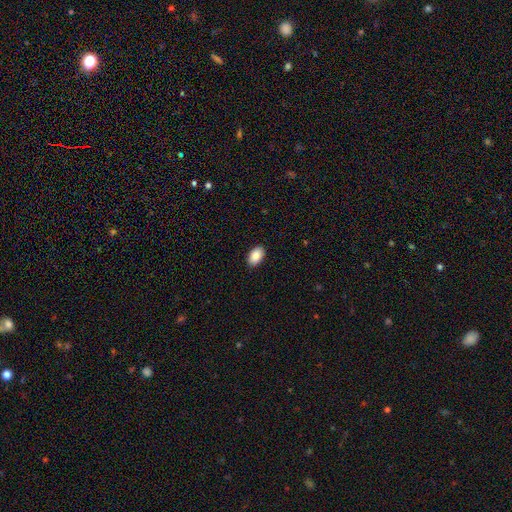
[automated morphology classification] type=smooth (89%); roundness=in between (92%); merging=none (90%).